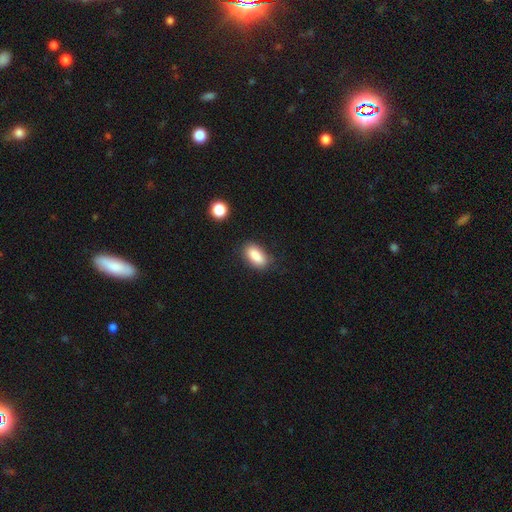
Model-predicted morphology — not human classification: Smooth or featured?
  - smooth: 87% *
  - star or artifact: 8%
  - featured or disk: 5%
How rounded?
  - in between: 88% *
  - cigar-shaped: 8%
  - round: 4%
Merging?
  - none: 80% *
  - minor disturbance: 14%
  - major disturbance: 3%
  - merger: 2%